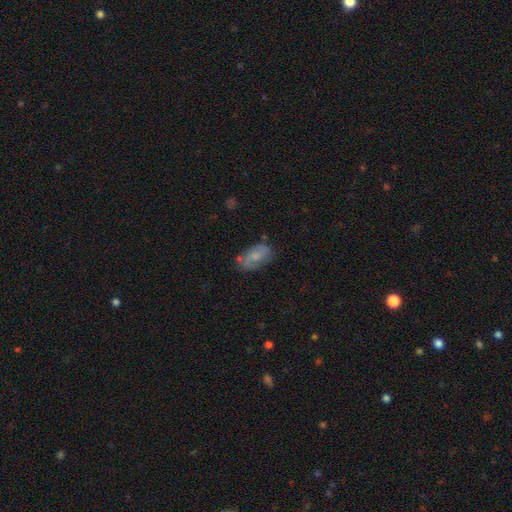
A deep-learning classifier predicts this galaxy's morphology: smooth-or-featured: smooth: 60% | featured or disk: 32% | star or artifact: 8%
  how-rounded: in between: 91% | round: 5% | cigar-shaped: 4%
  merging: none: 65% | minor disturbance: 23% | major disturbance: 7% | merger: 5%